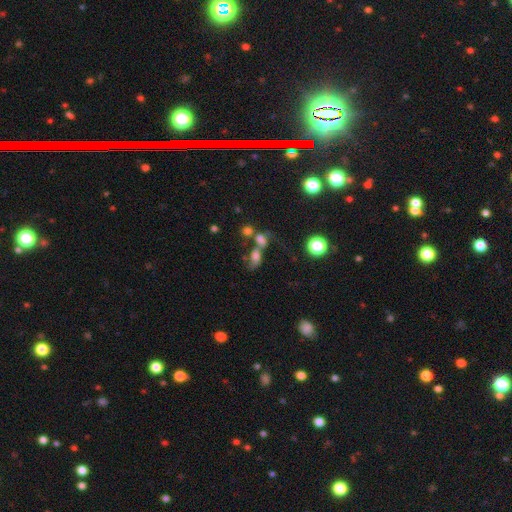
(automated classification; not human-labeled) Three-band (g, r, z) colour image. It shows a smooth galaxy with no disk features (57%) that is in between round and cigar-shaped (70%). Merging: merger (52%).